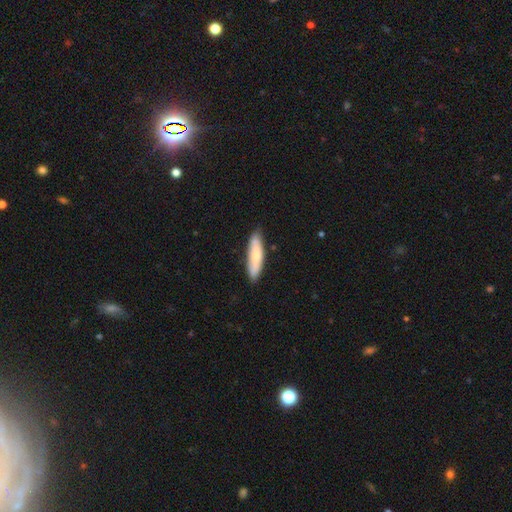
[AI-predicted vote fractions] The model was most divided on "how rounded": cigar-shaped: 69%, in between: 29%, round: 2%. More confident: merging — none (83%); smooth or featured — smooth (69%).